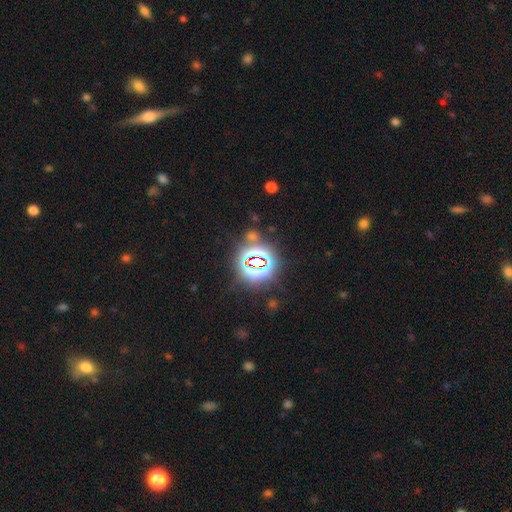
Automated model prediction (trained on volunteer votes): The model was most divided on "smooth or featured": star or artifact: 76%, smooth: 16%, featured or disk: 9%.